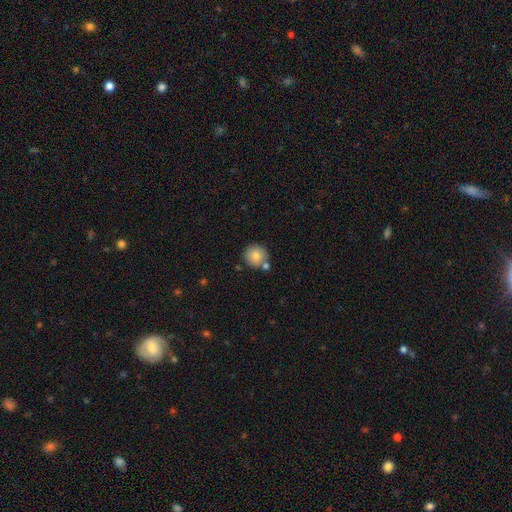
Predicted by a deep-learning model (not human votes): smooth_or_featured: smooth (p=0.82) [alt: featured or disk p=0.09]
how_rounded: round (p=0.93) [alt: in between p=0.06]
merging: none (p=0.74) [alt: merger p=0.13]